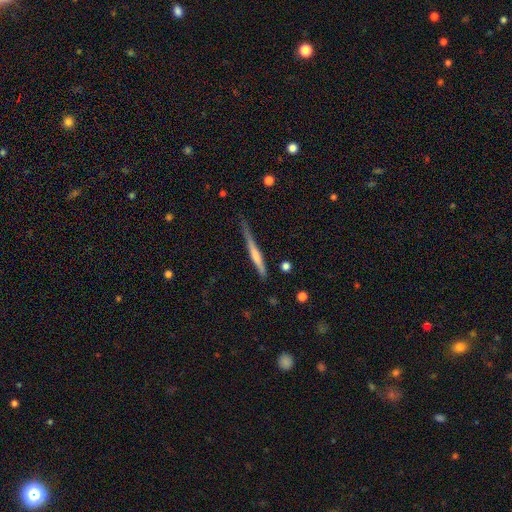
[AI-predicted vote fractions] smooth_or_featured: featured or disk (p=0.56) [alt: smooth p=0.37]
disk_edge_on: yes (p=0.96) [alt: no p=0.04]
edge_on_bulge: none (p=0.46) [alt: rounded p=0.36]
merging: none (p=0.70) [alt: minor disturbance p=0.23]